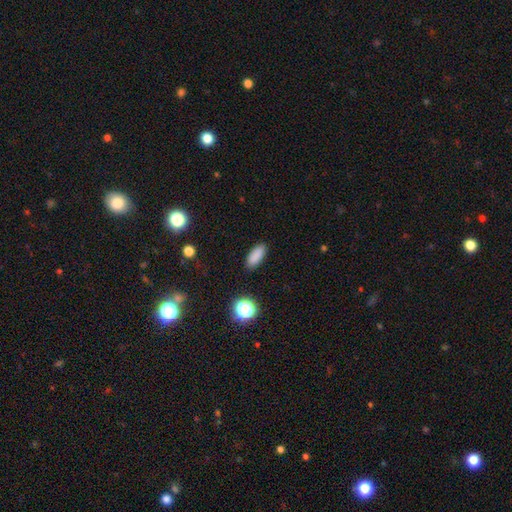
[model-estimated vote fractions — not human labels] smooth-or-featured: smooth: 86% | star or artifact: 10% | featured or disk: 4%
  how-rounded: in between: 79% | cigar-shaped: 18% | round: 3%
  merging: none: 89% | minor disturbance: 8% | major disturbance: 2% | merger: 1%